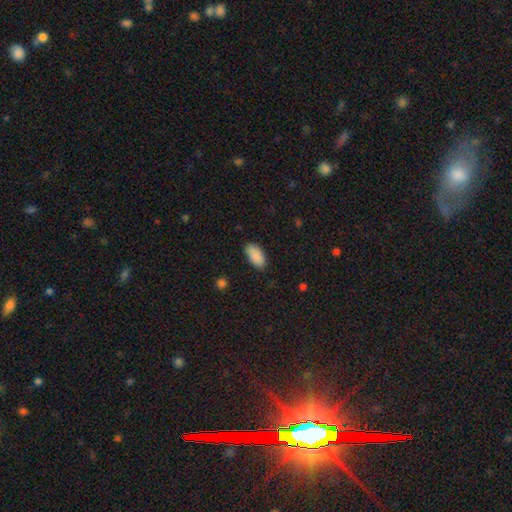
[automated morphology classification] The model was most divided on "merging": none: 85%, minor disturbance: 11%, major disturbance: 2%, merger: 1%. More confident: how rounded — in between (93%); smooth or featured — smooth (90%).